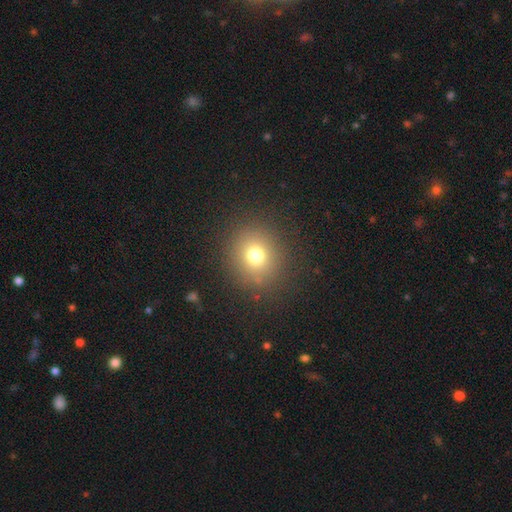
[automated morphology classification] Q: Smooth or featured?
A: smooth (74%); runner-up: star or artifact (16%)
Q: How rounded?
A: round (83%); runner-up: in between (16%)
Q: Merging?
A: none (88%); runner-up: minor disturbance (7%)